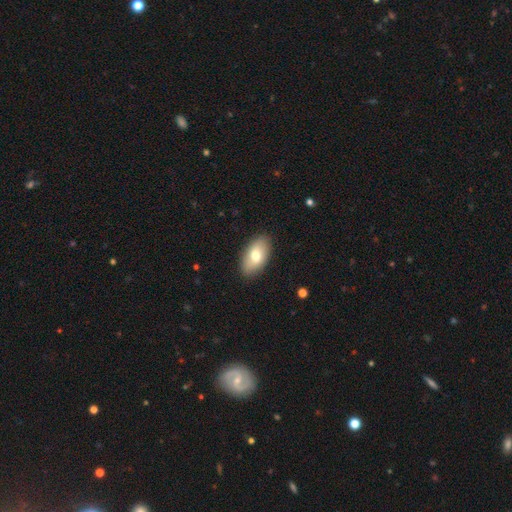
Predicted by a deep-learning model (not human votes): Morphology: type=smooth (72%); roundness=in between (93%); merging=none (87%).